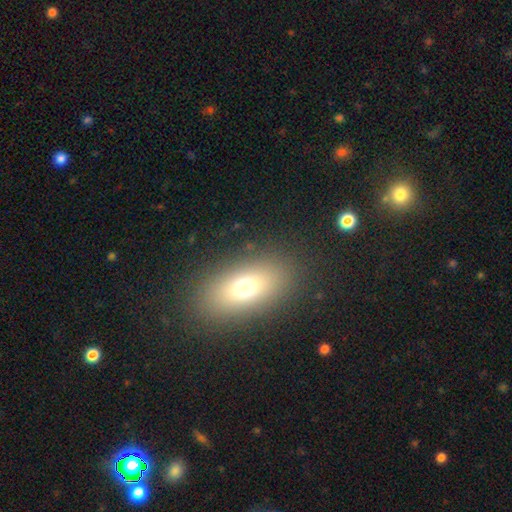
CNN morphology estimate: Smooth or featured? Predicted: smooth (p=0.70). How rounded? Predicted: in between (p=0.84). Merging? Predicted: none (p=0.88).